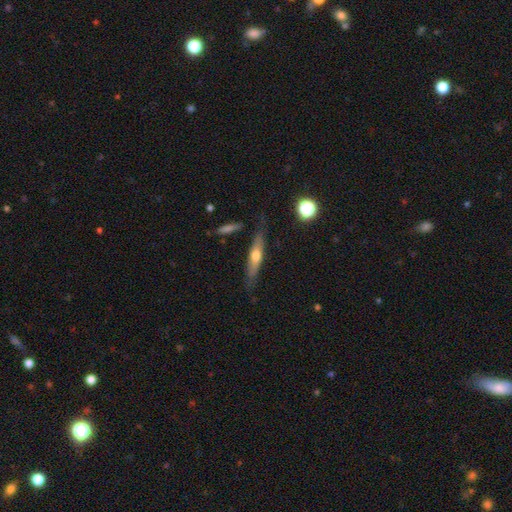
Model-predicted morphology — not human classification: Smooth or featured: featured or disk — 49% (smooth — 45%)
Merging: none — 78% (minor disturbance — 16%)